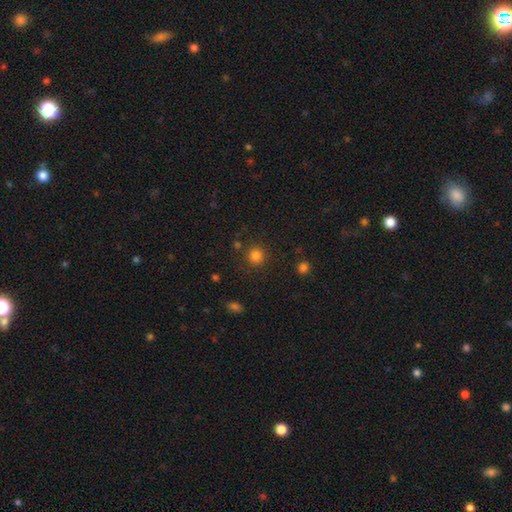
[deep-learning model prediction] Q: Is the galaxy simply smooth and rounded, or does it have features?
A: smooth — 82%.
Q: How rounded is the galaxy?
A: round — 92%.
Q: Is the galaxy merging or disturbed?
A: none — 85%.